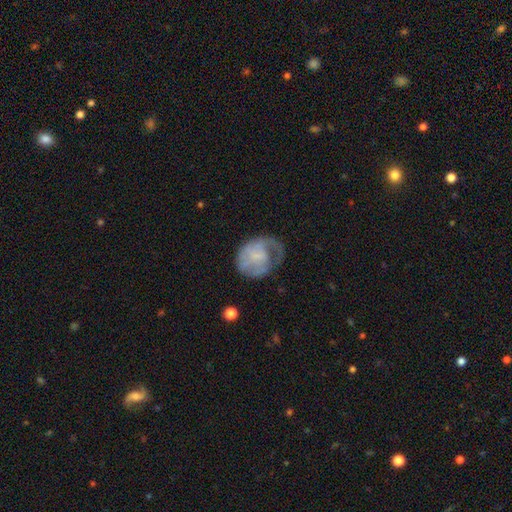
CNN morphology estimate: The model was most divided on "merging": none: 39%, major disturbance: 32%, minor disturbance: 26%, merger: 2%. Remaining: smooth or featured — featured or disk (50%).